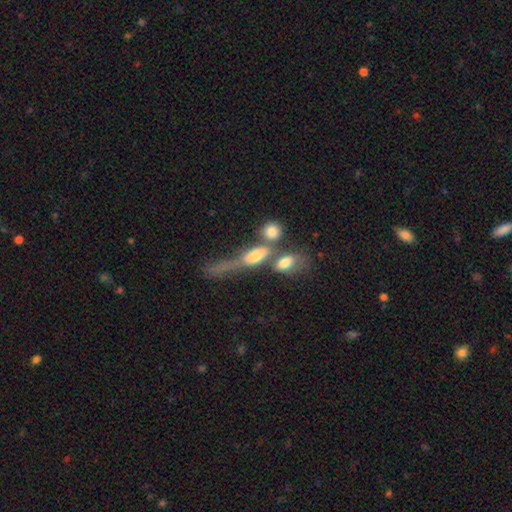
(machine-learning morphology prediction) This appears to be a smooth galaxy with no disk features (56%) that is in between round and cigar-shaped (53%). Merging: merger (46%).